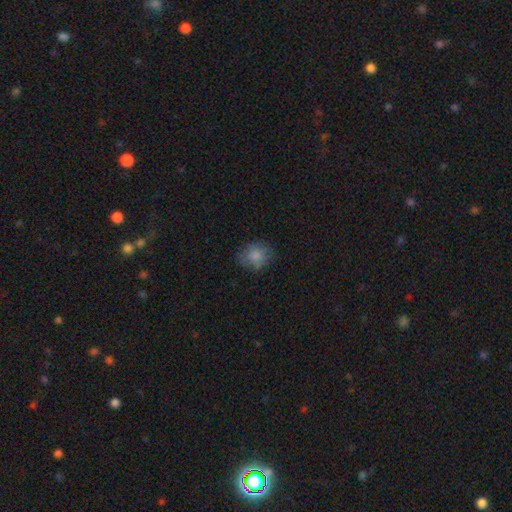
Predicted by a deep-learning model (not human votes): smooth_or_featured: smooth (p=0.80) [alt: featured or disk p=0.11]
how_rounded: round (p=0.66) [alt: in between p=0.33]
merging: none (p=0.71) [alt: minor disturbance p=0.21]